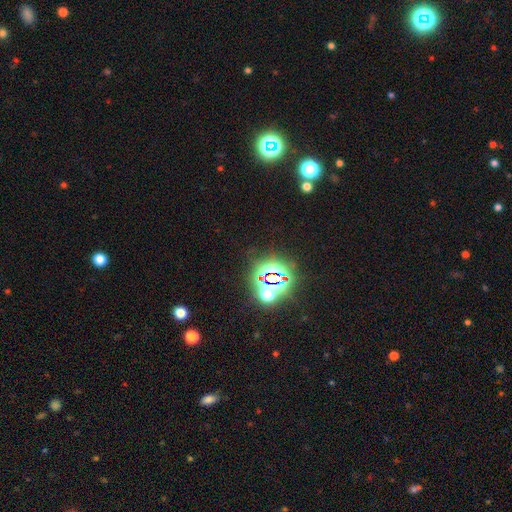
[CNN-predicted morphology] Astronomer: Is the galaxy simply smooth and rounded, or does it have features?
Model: star or artifact — 80%.